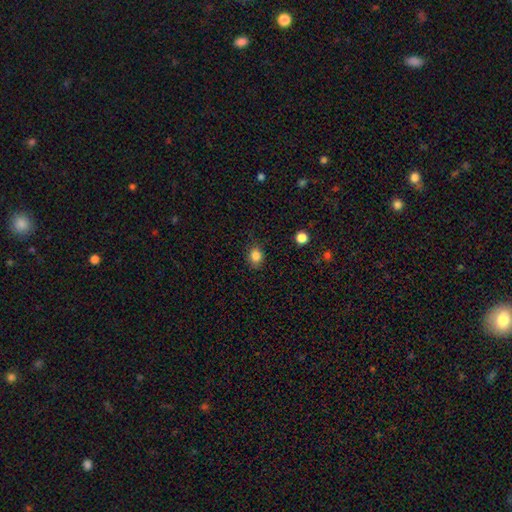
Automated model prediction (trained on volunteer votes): Morphology: type=smooth (84%); roundness=round (64%); merging=none (85%).